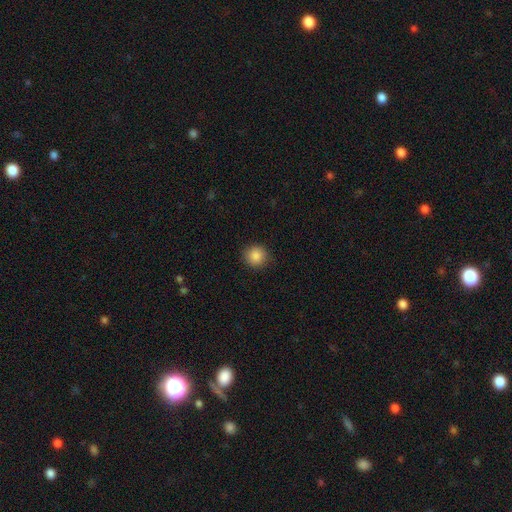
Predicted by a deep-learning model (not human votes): Smooth or featured: smooth — 86% (star or artifact — 9%)
How rounded: round — 90% (in between — 9%)
Merging: none — 88% (minor disturbance — 8%)